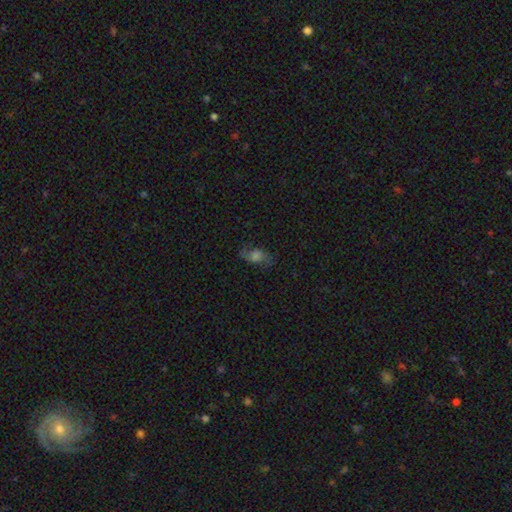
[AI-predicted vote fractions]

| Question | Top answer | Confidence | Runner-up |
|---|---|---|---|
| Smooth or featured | smooth | 43% | featured or disk (41%) |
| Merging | none | 73% | minor disturbance (18%) |